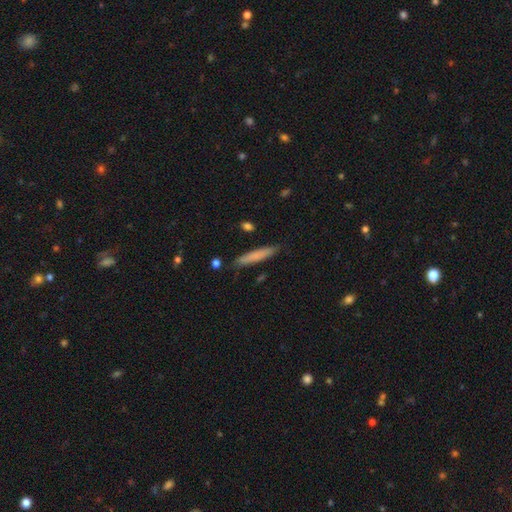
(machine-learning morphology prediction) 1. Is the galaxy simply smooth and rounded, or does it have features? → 76% smooth, 18% featured or disk, 6% star or artifact.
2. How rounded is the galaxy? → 93% cigar-shaped, 6% in between, 1% round.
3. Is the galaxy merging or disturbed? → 86% none, 10% minor disturbance, 2% merger, 2% major disturbance.